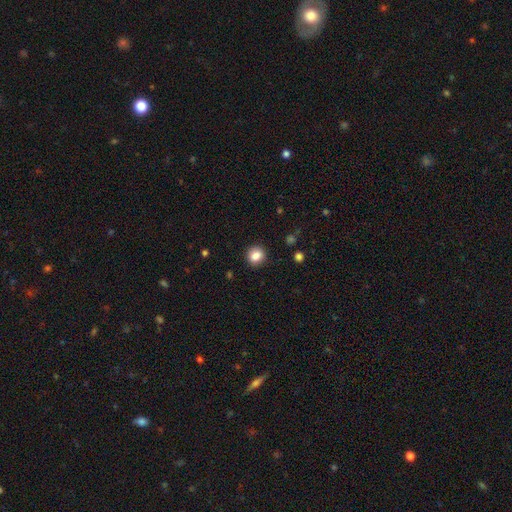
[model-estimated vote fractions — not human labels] The model was most divided on "how rounded": round: 84%, in between: 15%, cigar-shaped: 1%. More confident: merging — none (90%); smooth or featured — smooth (85%).